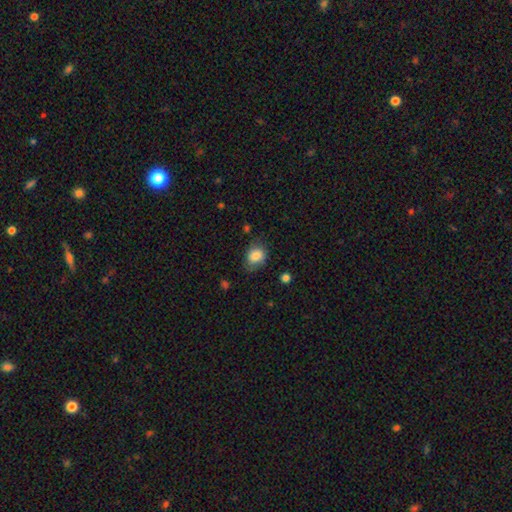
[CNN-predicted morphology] Smooth or featured: smooth — 84% (star or artifact — 8%)
How rounded: in between — 51% (round — 48%)
Merging: none — 66% (minor disturbance — 26%)